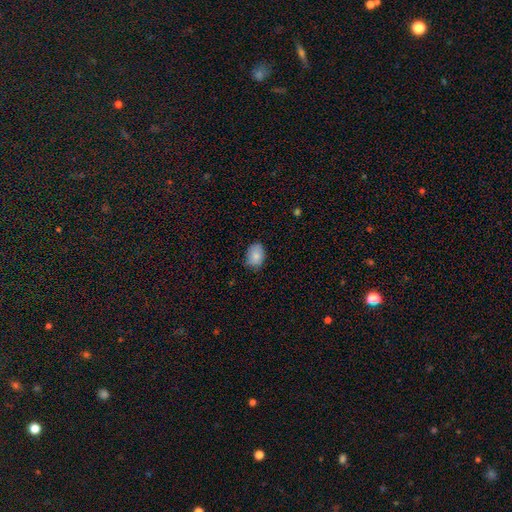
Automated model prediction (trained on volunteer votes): This appears to be a smooth galaxy with no disk features (82%) that is in between round and cigar-shaped (73%). Merging: none (69%).